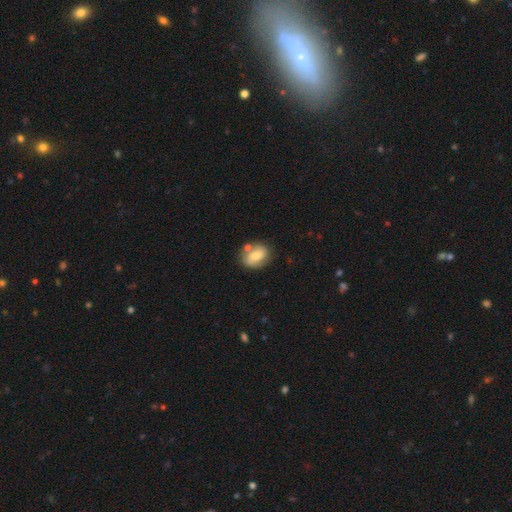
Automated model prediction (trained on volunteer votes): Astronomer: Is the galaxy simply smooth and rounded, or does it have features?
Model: smooth — 59%.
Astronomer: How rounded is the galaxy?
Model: in between — 60% (runner-up: round, 39%).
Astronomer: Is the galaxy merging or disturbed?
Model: none — 62%.